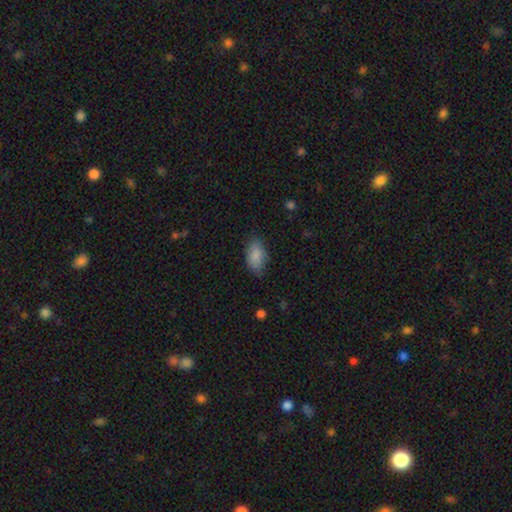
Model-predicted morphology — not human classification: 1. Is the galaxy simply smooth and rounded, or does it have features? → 86% smooth, 7% star or artifact, 7% featured or disk.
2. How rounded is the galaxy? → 92% in between, 5% round, 3% cigar-shaped.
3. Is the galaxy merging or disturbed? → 74% none, 21% minor disturbance, 5% major disturbance, 1% merger.